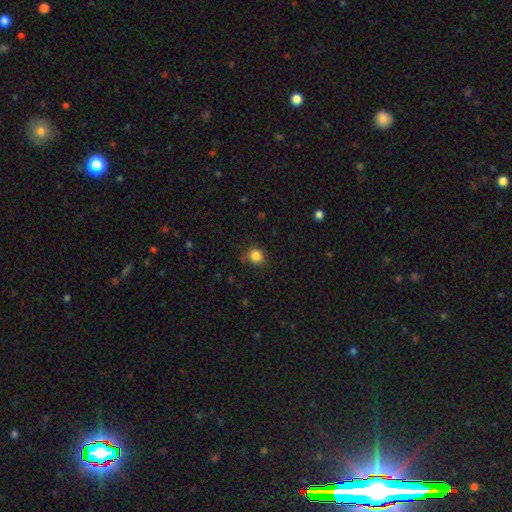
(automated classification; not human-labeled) This appears to be a smooth galaxy with no disk features (85%) that is round (82%). Merging: none (83%).